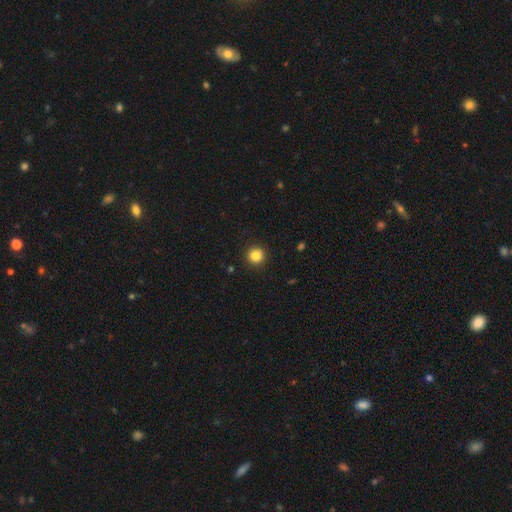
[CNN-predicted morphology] A smooth galaxy with no disk features (84%) that is round (95%).

Vote fractions:
- Smooth or featured? smooth: 84% / star or artifact: 11% / featured or disk: 4%
- How rounded? round: 95% / in between: 4% / cigar-shaped: 1%
- Merging? none: 92% / minor disturbance: 5% / major disturbance: 2% / merger: 1%